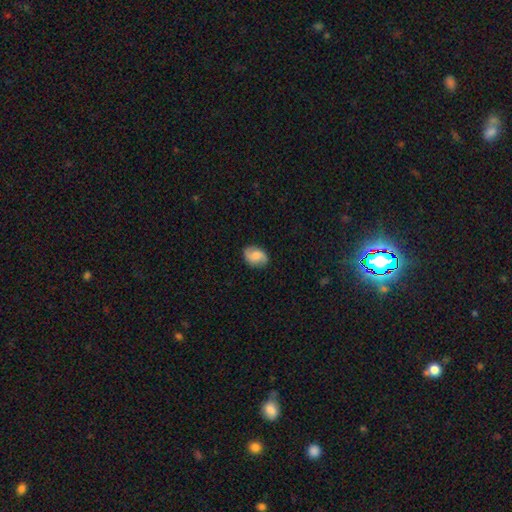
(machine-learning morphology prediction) This appears to be a smooth galaxy with no disk features (55%) that is in between round and cigar-shaped (72%). Merging: none (81%).